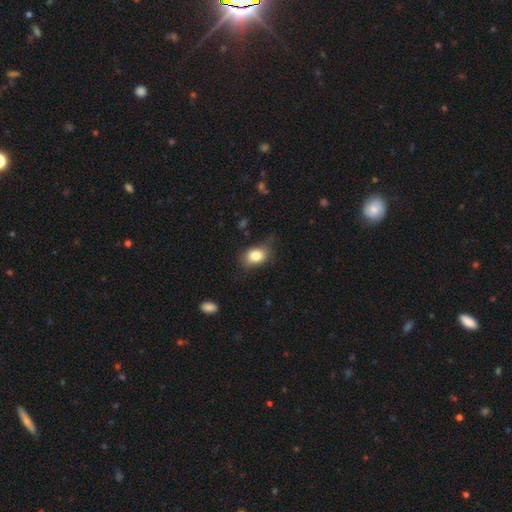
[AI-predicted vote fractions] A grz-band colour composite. It shows a smooth galaxy with no disk features (81%) that is in between round and cigar-shaped (66%). Merging: none (67%).